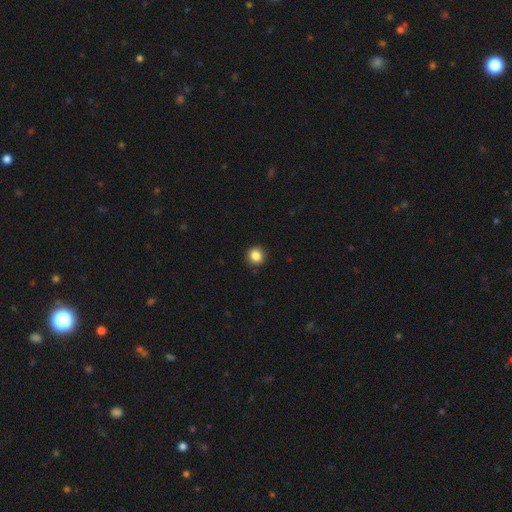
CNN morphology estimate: type=smooth (86%); roundness=round (93%); merging=none (92%).